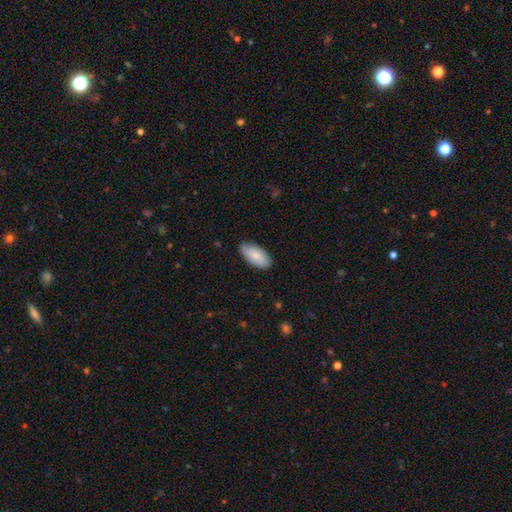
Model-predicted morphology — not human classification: smooth 83%, featured or disk 11%, star or artifact 5%. Down the decision tree: how rounded — in between (93%); merging — none (82%).